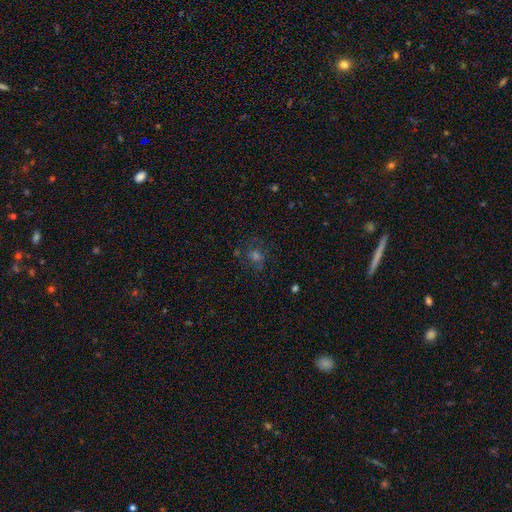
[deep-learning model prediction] smooth-or-featured: featured or disk: 38% | star or artifact: 33% | smooth: 30%
  merging: none: 70% | minor disturbance: 15% | major disturbance: 11% | merger: 3%